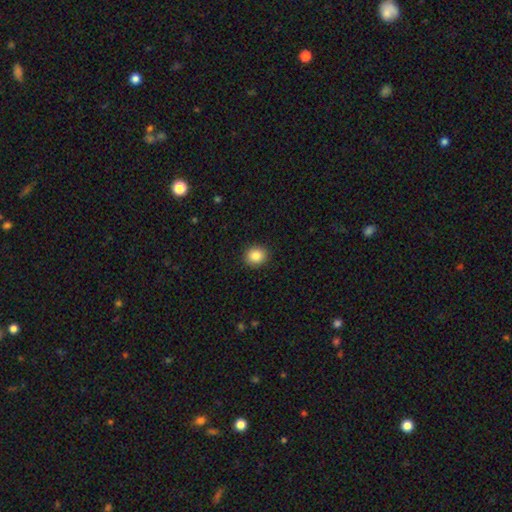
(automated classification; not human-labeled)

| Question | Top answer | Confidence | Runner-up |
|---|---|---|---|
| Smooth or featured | smooth | 85% | star or artifact (9%) |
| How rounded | round | 79% | in between (20%) |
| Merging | none | 91% | minor disturbance (6%) |